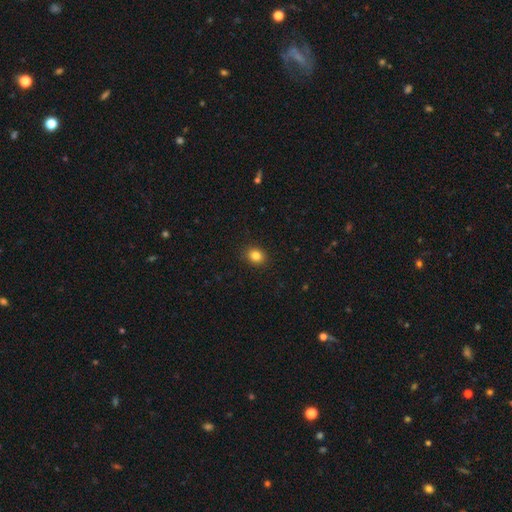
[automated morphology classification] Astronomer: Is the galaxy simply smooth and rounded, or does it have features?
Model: smooth — 84%.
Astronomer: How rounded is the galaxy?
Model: round — 57% (runner-up: in between, 42%).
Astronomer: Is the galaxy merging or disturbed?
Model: none — 91%.